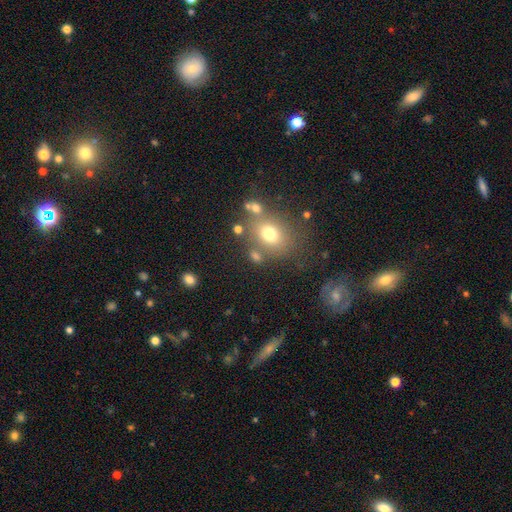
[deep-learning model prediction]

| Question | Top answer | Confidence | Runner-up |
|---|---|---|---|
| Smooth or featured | smooth | 69% | star or artifact (17%) |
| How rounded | in between | 51% | round (47%) |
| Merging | none | 66% | merger (14%) |